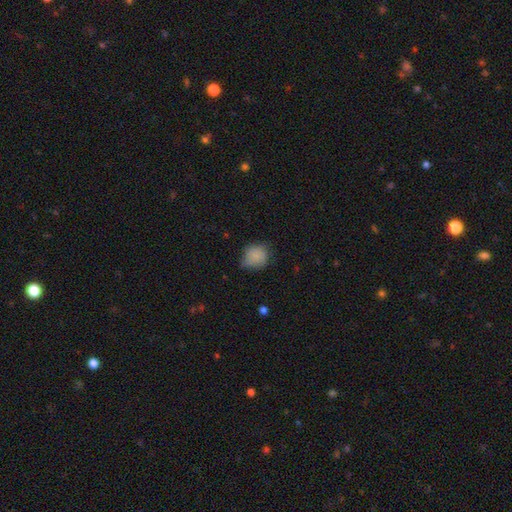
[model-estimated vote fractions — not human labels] smooth-or-featured: smooth: 81% | featured or disk: 10% | star or artifact: 9%
  how-rounded: round: 71% | in between: 28% | cigar-shaped: 1%
  merging: none: 50% | minor disturbance: 39% | major disturbance: 9% | merger: 2%